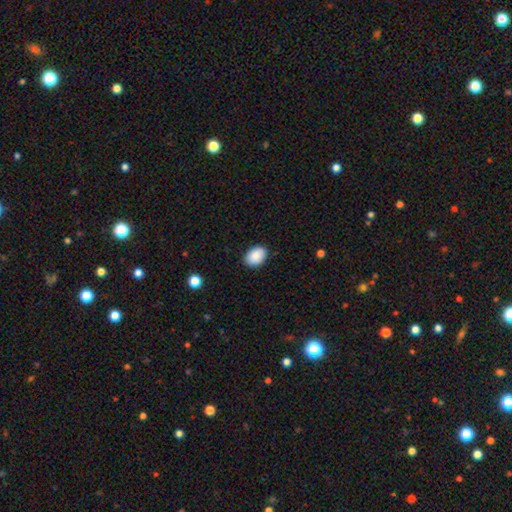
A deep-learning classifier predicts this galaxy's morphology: Overall: smooth (89%). How rounded: in between (79%). Merging: none (86%).